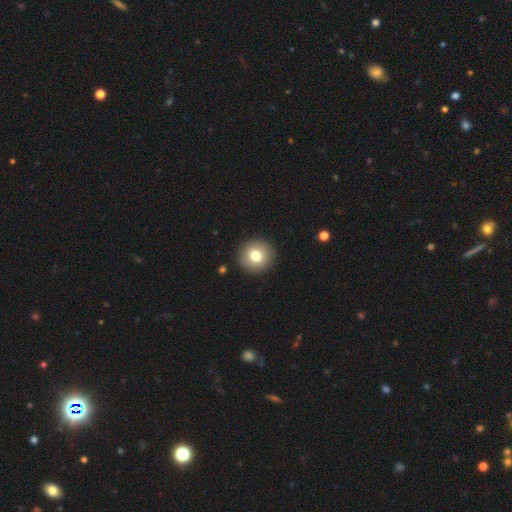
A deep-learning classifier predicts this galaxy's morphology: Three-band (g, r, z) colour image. It shows a smooth galaxy with no disk features (78%) that is round (93%). Merging: none (92%).